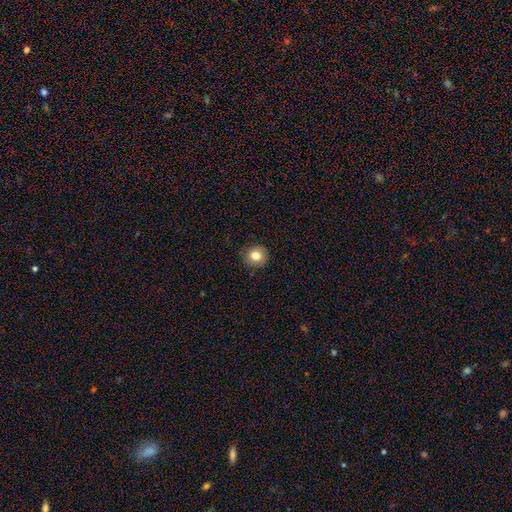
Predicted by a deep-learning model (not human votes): Smooth or featured?
  - smooth: 82% *
  - star or artifact: 10%
  - featured or disk: 8%
How rounded?
  - round: 91% *
  - in between: 8%
  - cigar-shaped: 1%
Merging?
  - none: 89% *
  - minor disturbance: 8%
  - major disturbance: 2%
  - merger: 1%